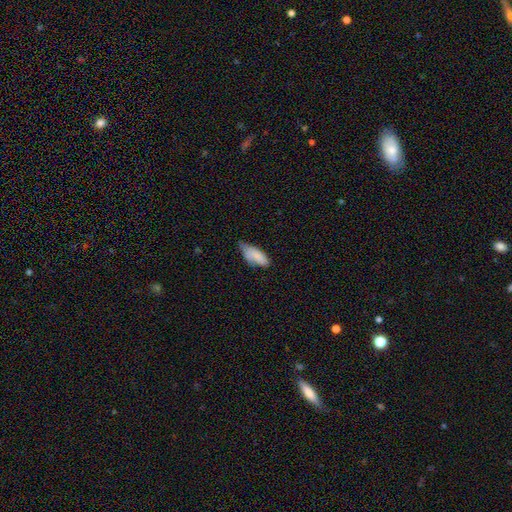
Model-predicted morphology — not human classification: Smooth or featured: smooth — 80% (featured or disk — 13%)
How rounded: in between — 80% (cigar-shaped — 18%)
Merging: minor disturbance — 48% (none — 34%)